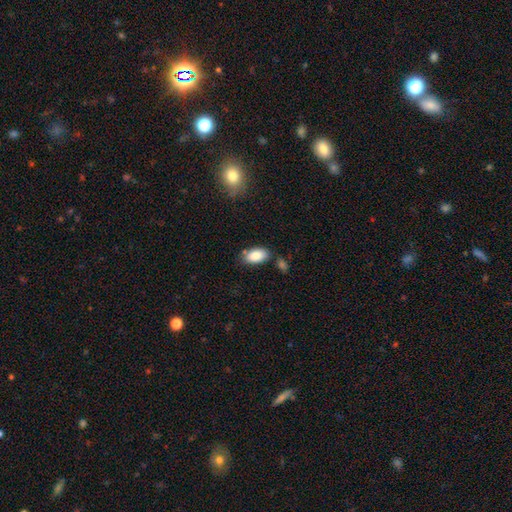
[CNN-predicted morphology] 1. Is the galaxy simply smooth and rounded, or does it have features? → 86% smooth, 7% star or artifact, 7% featured or disk.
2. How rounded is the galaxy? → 94% in between, 4% round, 2% cigar-shaped.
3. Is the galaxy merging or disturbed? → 72% none, 16% minor disturbance, 8% merger, 4% major disturbance.